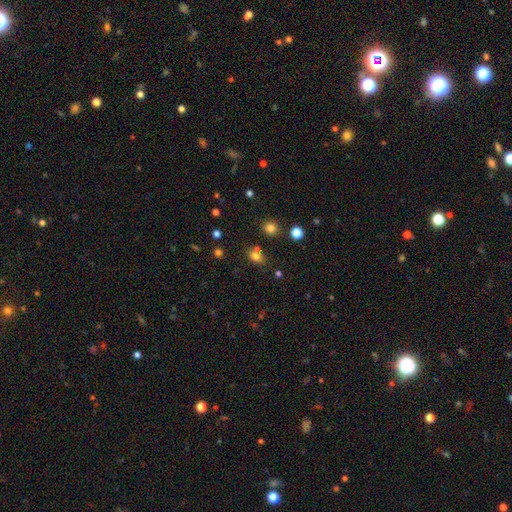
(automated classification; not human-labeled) Smooth or featured? smooth (75%)
How rounded? in between (61%)
Merging? none (64%)